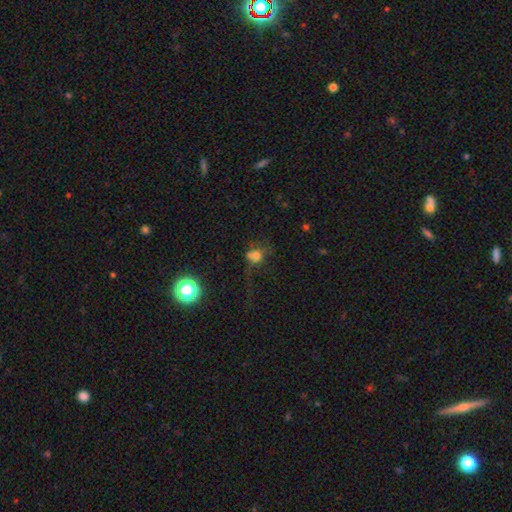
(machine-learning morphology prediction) A smooth galaxy with no disk features (60%) that is round (66%).

Vote fractions:
- Smooth or featured? smooth: 60% / star or artifact: 21% / featured or disk: 19%
- How rounded? round: 66% / in between: 32% / cigar-shaped: 2%
- Merging? major disturbance: 38% / none: 33% / minor disturbance: 17% / merger: 12%